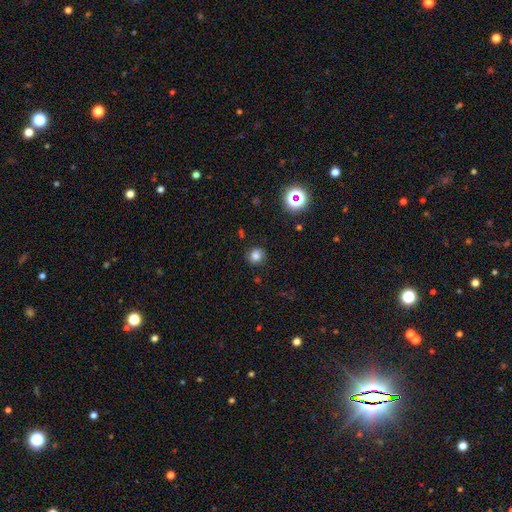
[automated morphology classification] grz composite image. It shows a smooth galaxy with no disk features (77%) that is round (87%). Merging: none (85%).